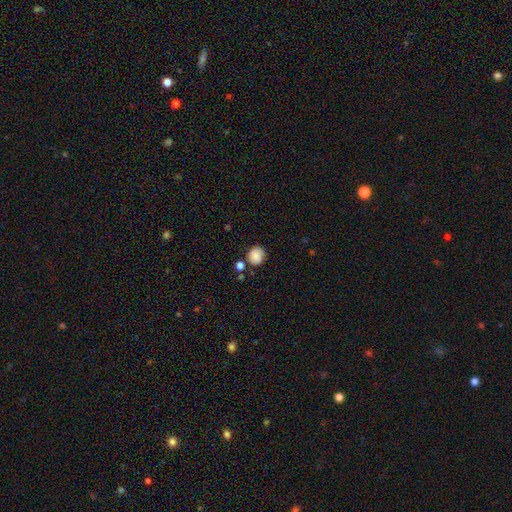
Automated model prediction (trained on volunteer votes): Overall: smooth (85%). How rounded: round (78%). Merging: none (75%).